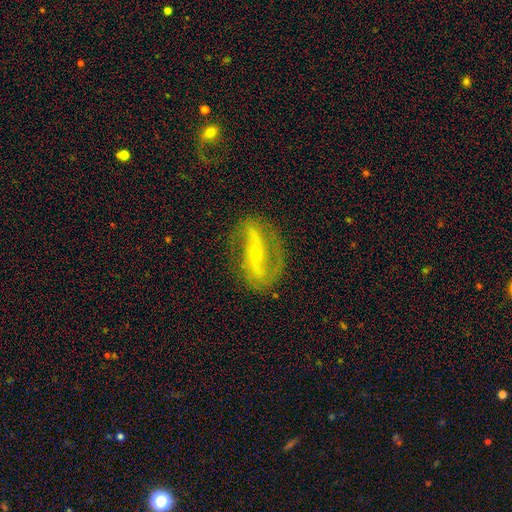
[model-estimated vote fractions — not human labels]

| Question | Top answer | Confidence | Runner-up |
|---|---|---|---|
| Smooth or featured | featured or disk | 86% | smooth (8%) |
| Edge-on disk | no | 91% | yes (9%) |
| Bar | strong | 63% | weak (21%) |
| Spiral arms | yes | 91% | no (9%) |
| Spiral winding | medium | 42% | loose (34%) |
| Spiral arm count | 2 | 86% | can't tell (5%) |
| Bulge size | small | 65% | moderate (31%) |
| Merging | none | 71% | minor disturbance (17%) |